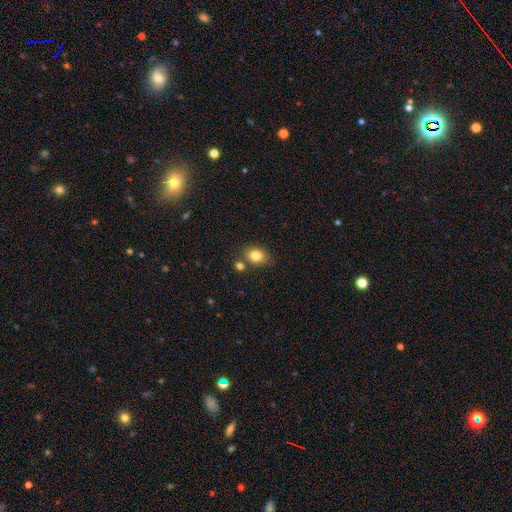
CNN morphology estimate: Overall: smooth (82%). How rounded: in between (64%; round 35%). Merging: none (72%).